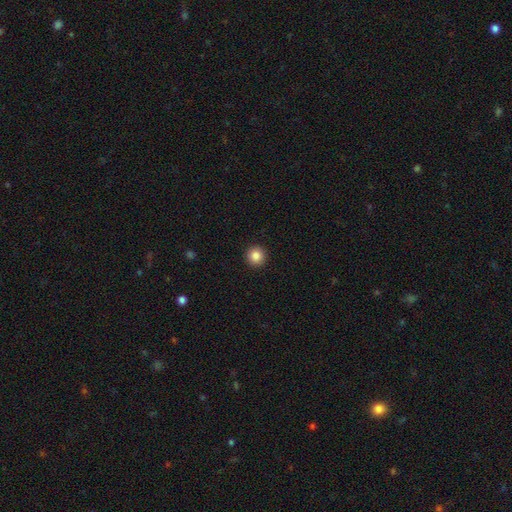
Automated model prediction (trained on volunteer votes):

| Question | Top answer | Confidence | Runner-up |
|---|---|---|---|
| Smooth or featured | smooth | 86% | star or artifact (10%) |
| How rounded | round | 95% | in between (4%) |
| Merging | none | 93% | minor disturbance (4%) |